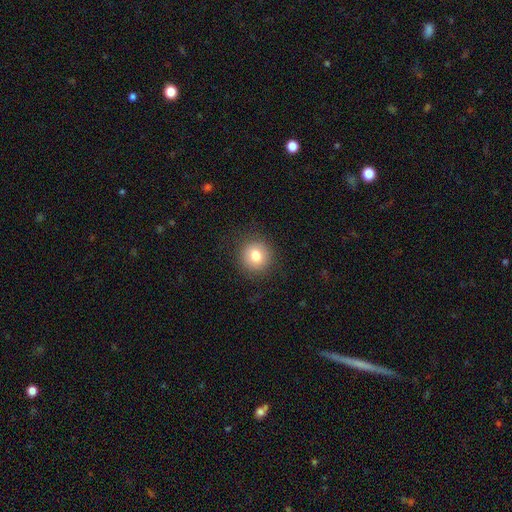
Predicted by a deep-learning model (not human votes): Smooth or featured? smooth (80%)
How rounded? round (93%)
Merging? none (89%)